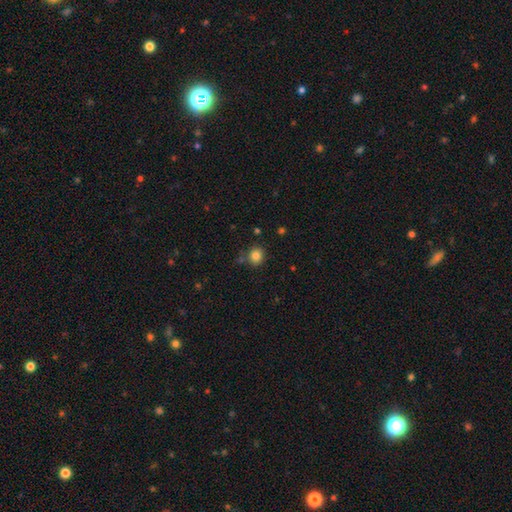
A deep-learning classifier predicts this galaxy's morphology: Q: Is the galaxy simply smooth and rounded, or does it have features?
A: smooth — 83%.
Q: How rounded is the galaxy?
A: round — 82%.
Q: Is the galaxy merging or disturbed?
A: none — 80%.